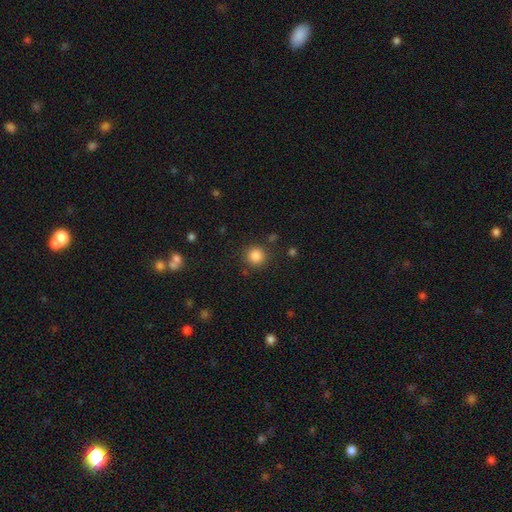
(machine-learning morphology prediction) The model was most divided on "smooth or featured": smooth: 85%, star or artifact: 11%, featured or disk: 4%. More confident: how rounded — round (93%); merging — none (87%).